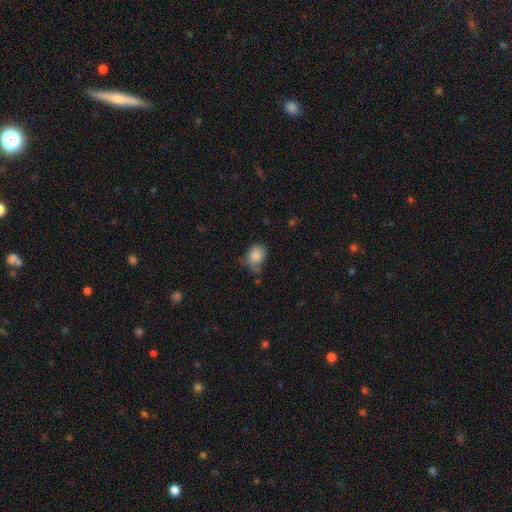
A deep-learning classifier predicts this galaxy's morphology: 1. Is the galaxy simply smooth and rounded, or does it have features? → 84% smooth, 9% star or artifact, 7% featured or disk.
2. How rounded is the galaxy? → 52% in between, 47% round, 1% cigar-shaped.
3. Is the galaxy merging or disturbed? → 47% none, 36% minor disturbance, 11% major disturbance, 6% merger.